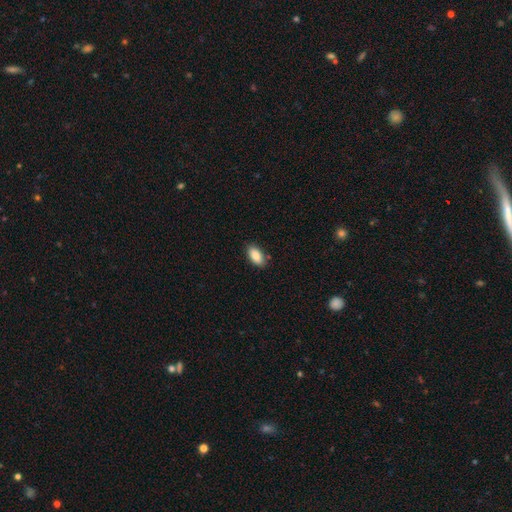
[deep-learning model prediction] A smooth galaxy with no disk features (87%) that is in between round and cigar-shaped (93%).

Vote fractions:
- Smooth or featured? smooth: 87% / star or artifact: 7% / featured or disk: 6%
- How rounded? in between: 93% / cigar-shaped: 4% / round: 3%
- Merging? none: 83% / minor disturbance: 13% / major disturbance: 2% / merger: 2%